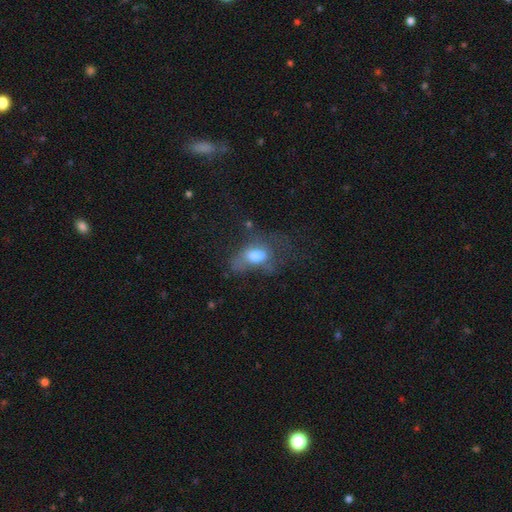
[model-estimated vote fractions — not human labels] Q: Smooth or featured?
A: smooth (58%); runner-up: featured or disk (30%)
Q: How rounded?
A: in between (83%); runner-up: round (13%)
Q: Merging?
A: major disturbance (50%); runner-up: none (23%)